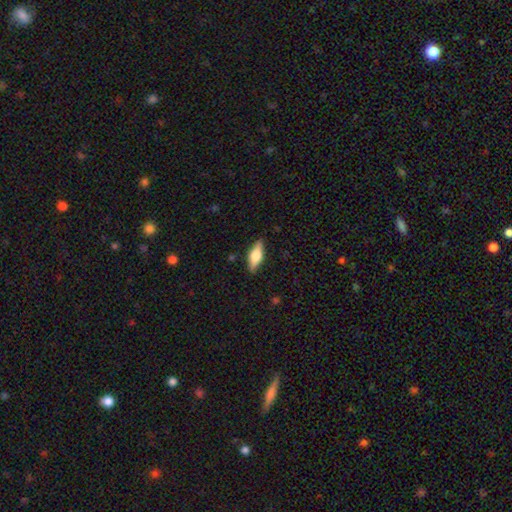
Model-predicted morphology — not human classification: type=smooth (53%); roundness=in between (62%); merging=none (87%).